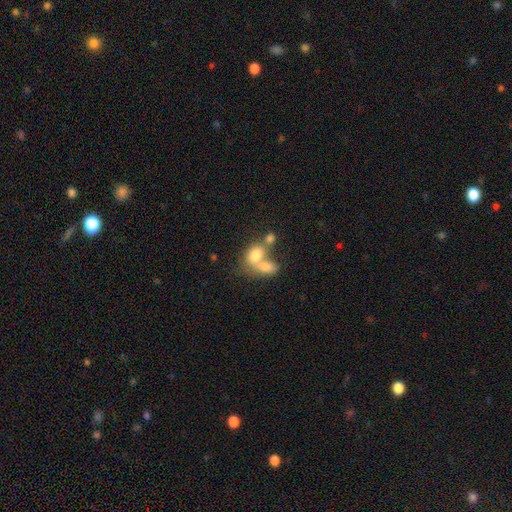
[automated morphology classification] The model was most divided on "merging": merger: 65%, none: 21%, minor disturbance: 8%, major disturbance: 6%. More confident: how rounded — in between (78%); smooth or featured — smooth (75%).